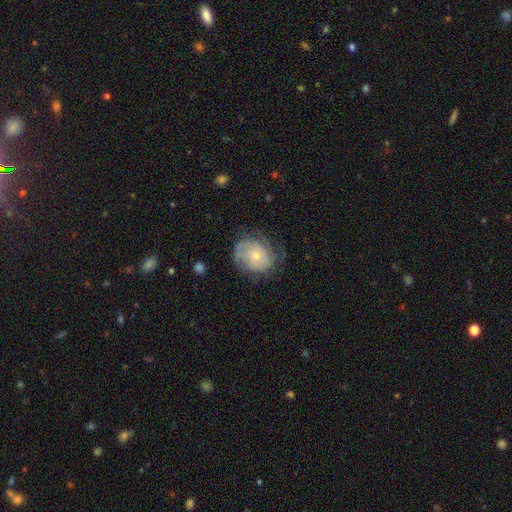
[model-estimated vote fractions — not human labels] This is possibly a featured or disk galaxy (52%). It is clearly not viewed edge-on (97%). Bar: clearly no (82%). Spiral arm pattern: likely yes (73%). Central bulge: possibly small (57%). Merging: possibly none (57%).